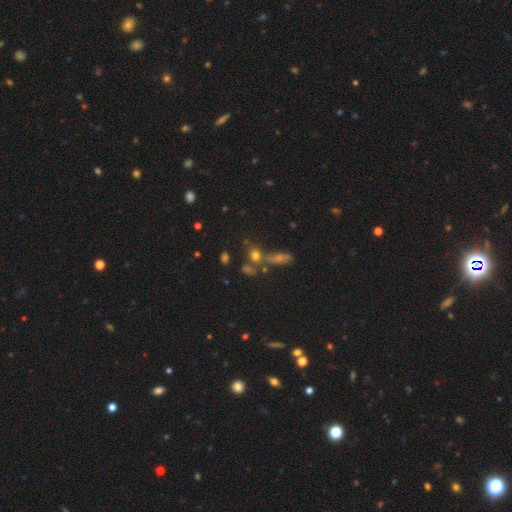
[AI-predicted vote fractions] The model was most divided on "how rounded": round: 48%, in between: 44%, cigar-shaped: 8%. More confident: smooth or featured — smooth (64%); merging — none (50%).